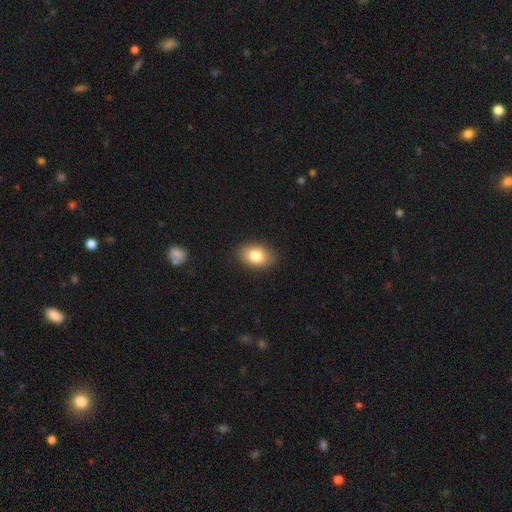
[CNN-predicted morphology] smooth_or_featured: smooth (p=0.82) [alt: featured or disk p=0.09]
how_rounded: in between (p=0.82) [alt: round p=0.16]
merging: none (p=0.88) [alt: minor disturbance p=0.09]